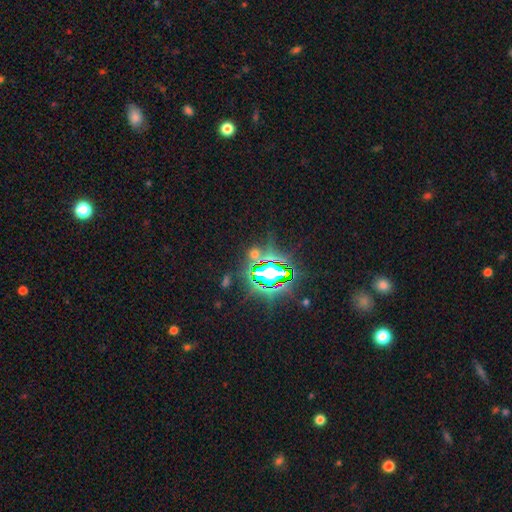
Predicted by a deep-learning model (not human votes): Smooth or featured?
  - star or artifact: 79% *
  - smooth: 12%
  - featured or disk: 9%